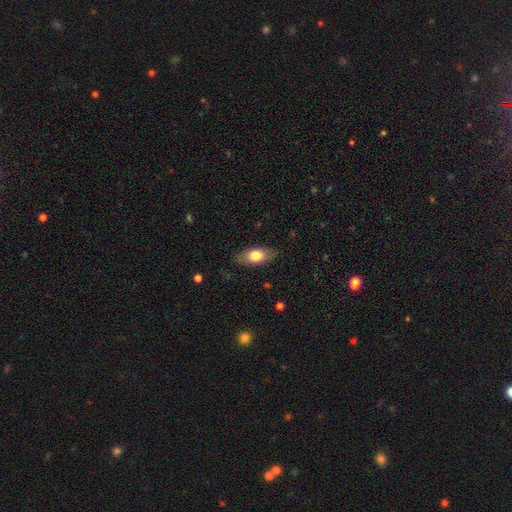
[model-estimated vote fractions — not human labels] Smooth or featured? smooth (71%)
How rounded? in between (84%)
Merging? none (80%)